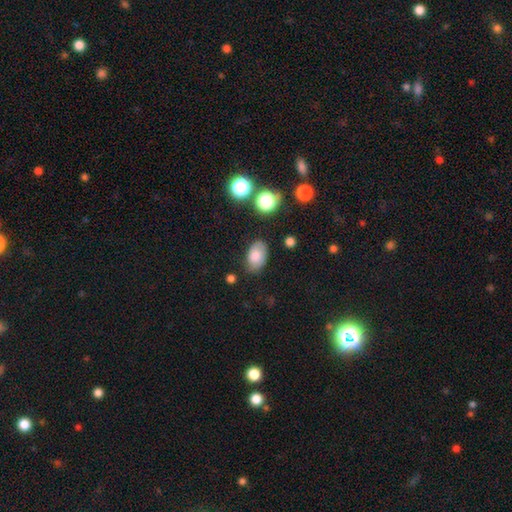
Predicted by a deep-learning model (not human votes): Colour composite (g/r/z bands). It shows a smooth galaxy with no disk features (78%) that is in between round and cigar-shaped (90%). Merging: none (73%).